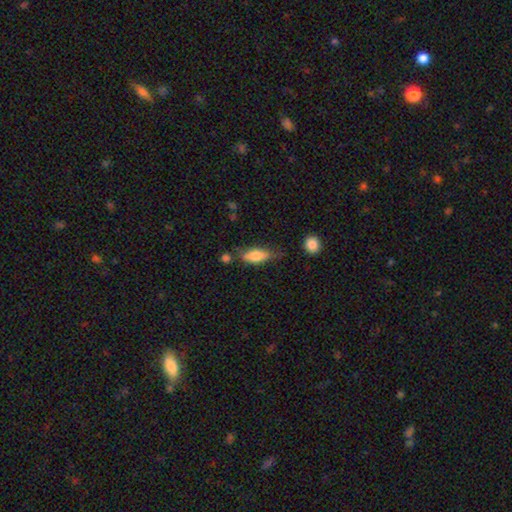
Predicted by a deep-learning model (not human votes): Smooth or featured: smooth — 74% (featured or disk — 19%)
How rounded: in between — 76% (cigar-shaped — 20%)
Merging: none — 53% (minor disturbance — 29%)